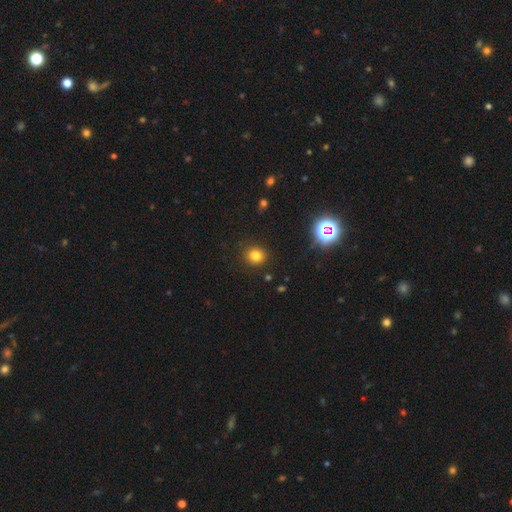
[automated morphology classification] This is likely a smooth galaxy (78%). How rounded: clearly round (85%). Merging: clearly none (90%).